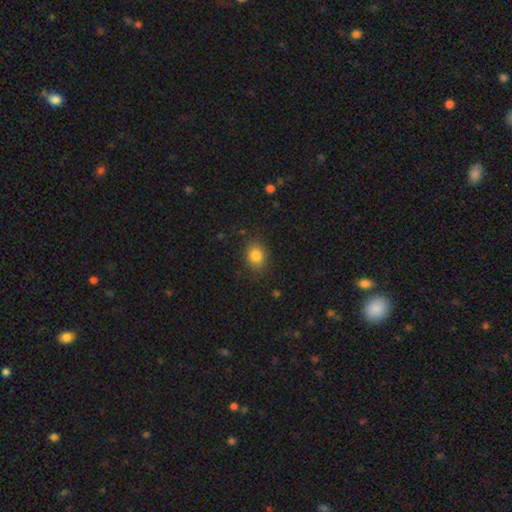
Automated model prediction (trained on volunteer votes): Smooth or featured? Predicted: smooth (p=0.83). How rounded? Predicted: round (p=0.51). Merging? Predicted: none (p=0.82).